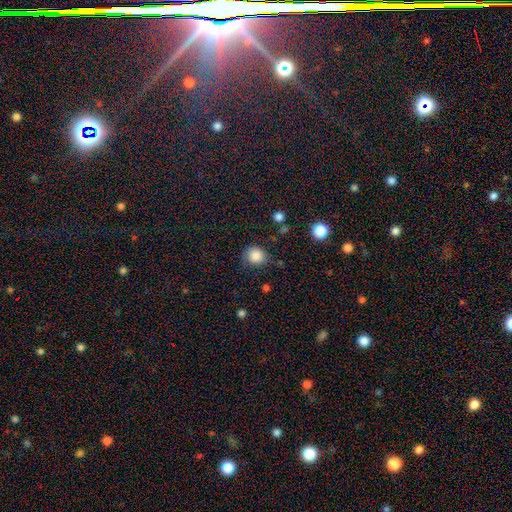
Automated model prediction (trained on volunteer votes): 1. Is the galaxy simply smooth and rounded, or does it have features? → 85% smooth, 10% star or artifact, 5% featured or disk.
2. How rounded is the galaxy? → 85% round, 14% in between, 1% cigar-shaped.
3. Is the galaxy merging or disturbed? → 77% none, 17% minor disturbance, 4% major disturbance, 2% merger.